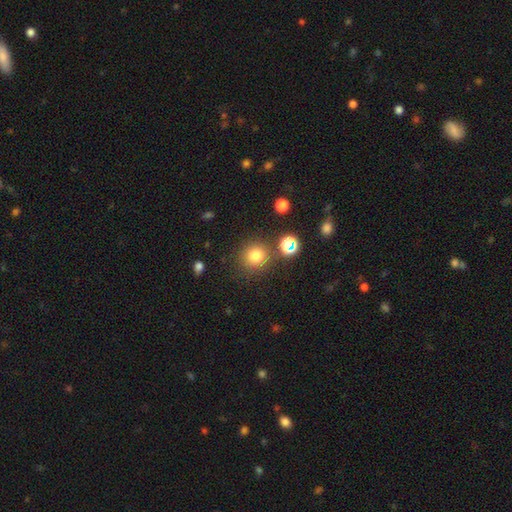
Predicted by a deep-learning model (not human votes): Smooth or featured: smooth — 77% (star or artifact — 16%)
How rounded: round — 92% (in between — 7%)
Merging: none — 81% (minor disturbance — 9%)